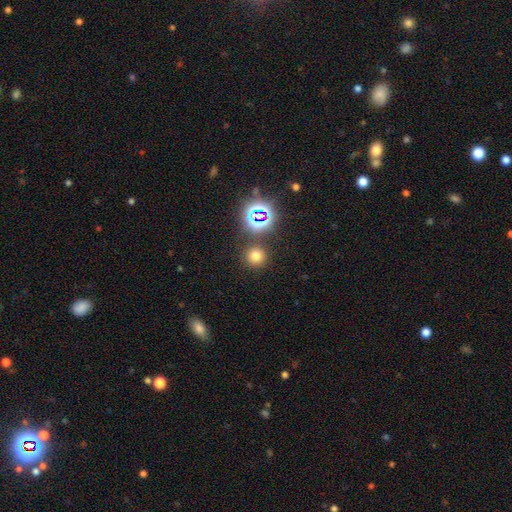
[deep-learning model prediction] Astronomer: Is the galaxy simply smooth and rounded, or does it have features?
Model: smooth — 68%.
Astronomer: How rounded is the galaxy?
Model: round — 93%.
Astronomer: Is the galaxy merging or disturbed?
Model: none — 85%.